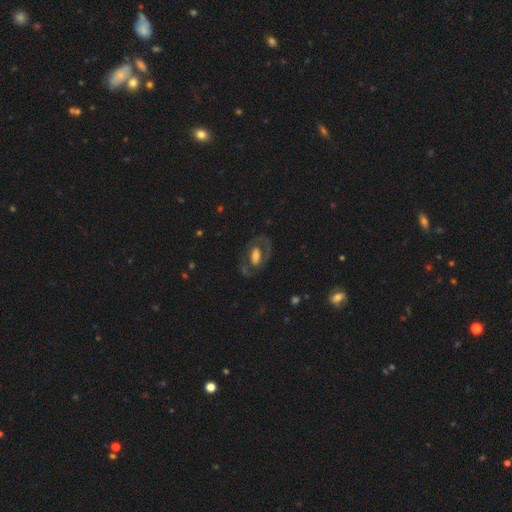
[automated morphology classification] Q: Smooth or featured?
A: featured or disk (57%); runner-up: smooth (35%)
Q: Edge-on disk?
A: no (92%); runner-up: yes (8%)
Q: Bar?
A: no (55%); runner-up: weak (28%)
Q: Spiral arms?
A: no (56%); runner-up: yes (44%)
Q: Bulge size?
A: moderate (42%); runner-up: large (33%)
Q: Merging?
A: none (60%); runner-up: major disturbance (19%)